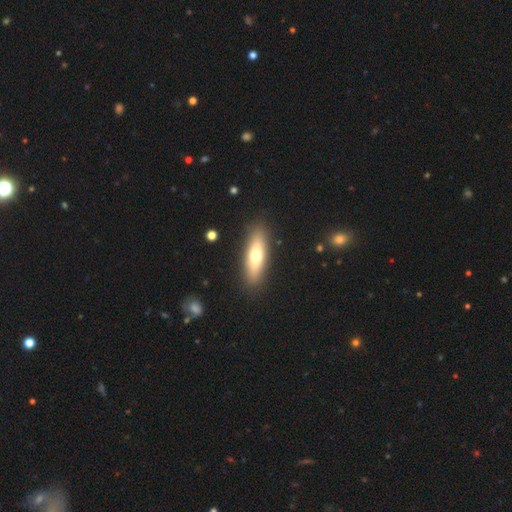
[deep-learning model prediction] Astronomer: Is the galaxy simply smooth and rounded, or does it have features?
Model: smooth — 65%.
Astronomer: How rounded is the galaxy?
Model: cigar-shaped — 56% (runner-up: in between, 42%).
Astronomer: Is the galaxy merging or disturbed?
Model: none — 88%.